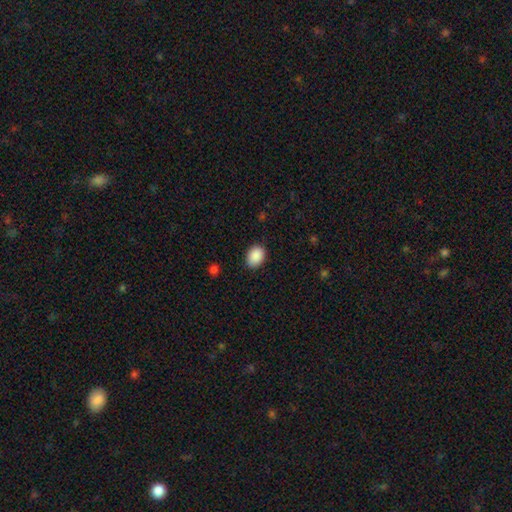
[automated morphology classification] Smooth or featured? Predicted: smooth (p=0.90). How rounded? Predicted: in between (p=0.70). Merging? Predicted: none (p=0.85).